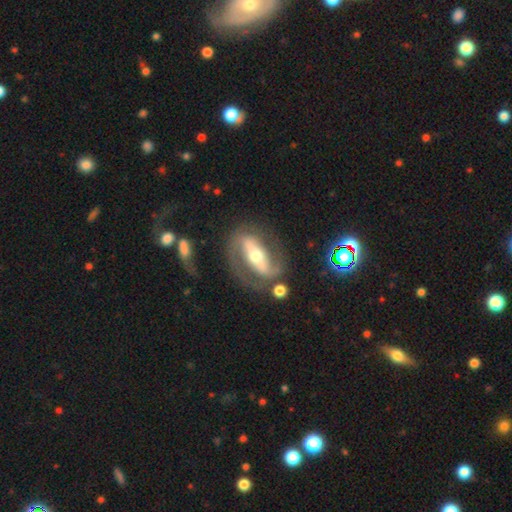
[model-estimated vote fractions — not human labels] featured or disk 82%, smooth 12%, star or artifact 5%. Down the decision tree: edge-on disk — no (88%); bar — strong (69%); spiral arms — yes (84%); spiral arm count — 2 (87%); spiral winding — medium (45%); bulge size — moderate (64%); merging — none (70%).